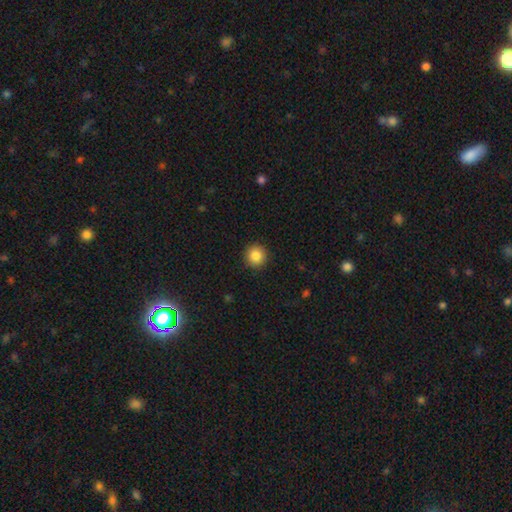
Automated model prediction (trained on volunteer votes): smooth_or_featured: smooth (p=0.86) [alt: star or artifact p=0.09]
how_rounded: round (p=0.94) [alt: in between p=0.05]
merging: none (p=0.92) [alt: minor disturbance p=0.05]